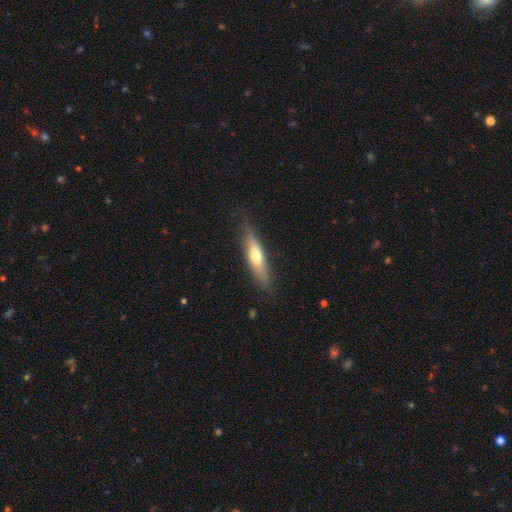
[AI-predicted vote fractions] smooth-or-featured: smooth: 58% | featured or disk: 36% | star or artifact: 6%
  how-rounded: cigar-shaped: 75% | in between: 23% | round: 2%
  merging: none: 85% | minor disturbance: 12% | major disturbance: 3% | merger: 1%